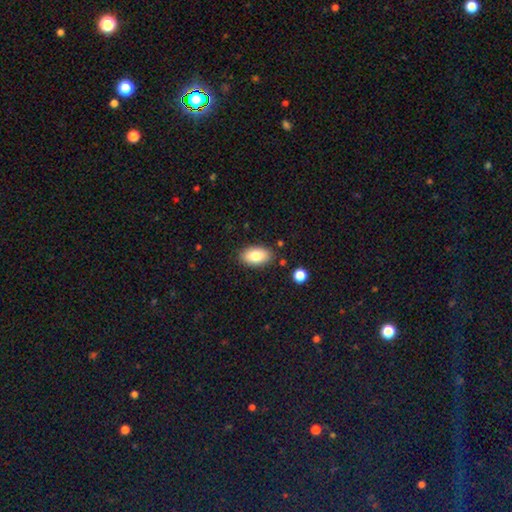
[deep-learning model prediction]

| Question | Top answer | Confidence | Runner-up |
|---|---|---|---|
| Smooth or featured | smooth | 84% | featured or disk (9%) |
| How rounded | in between | 93% | round (5%) |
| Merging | none | 85% | minor disturbance (10%) |